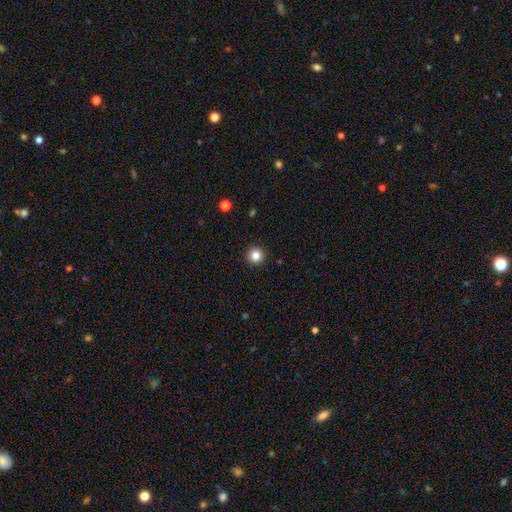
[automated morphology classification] smooth-or-featured: smooth: 83% | star or artifact: 12% | featured or disk: 5%
  how-rounded: round: 96% | in between: 3% | cigar-shaped: 1%
  merging: none: 93% | minor disturbance: 4% | major disturbance: 1% | merger: 1%